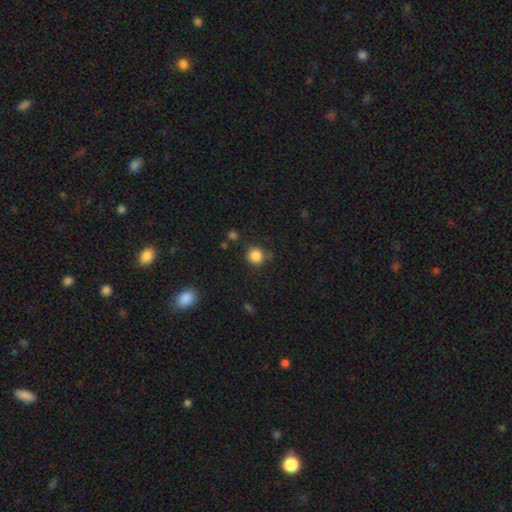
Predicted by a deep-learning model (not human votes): Smooth or featured?
  - smooth: 85% *
  - star or artifact: 11%
  - featured or disk: 4%
How rounded?
  - round: 92% *
  - in between: 8%
  - cigar-shaped: 1%
Merging?
  - none: 81% *
  - minor disturbance: 11%
  - merger: 4%
  - major disturbance: 3%